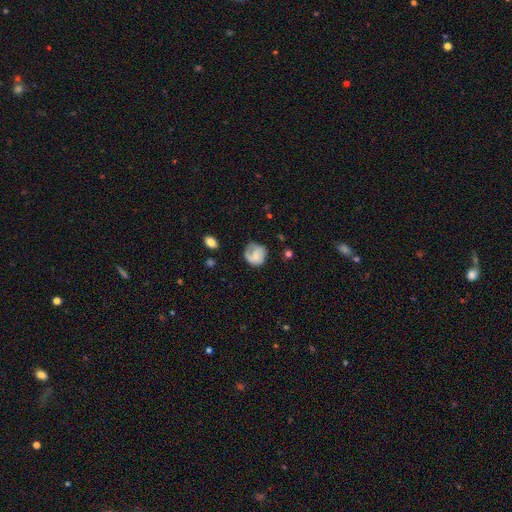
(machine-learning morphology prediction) Smooth or featured? smooth (54%)
How rounded? round (78%)
Merging? none (56%)